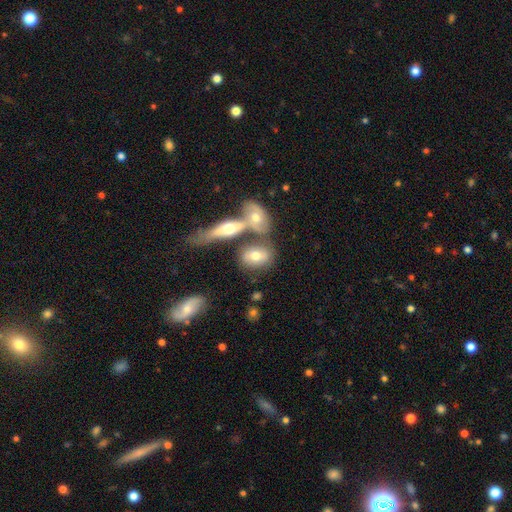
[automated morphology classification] Q: Smooth or featured?
A: smooth (62%); runner-up: featured or disk (30%)
Q: How rounded?
A: in between (74%); runner-up: round (19%)
Q: Merging?
A: none (45%); runner-up: merger (36%)